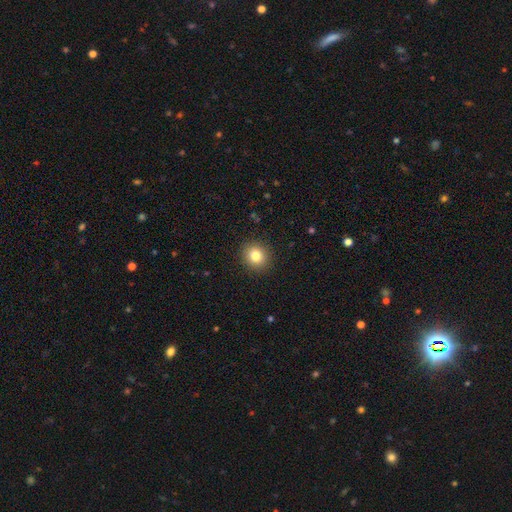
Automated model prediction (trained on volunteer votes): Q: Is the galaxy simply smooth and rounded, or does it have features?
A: smooth — 82%.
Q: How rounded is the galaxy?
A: round — 85%.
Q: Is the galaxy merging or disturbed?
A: none — 91%.